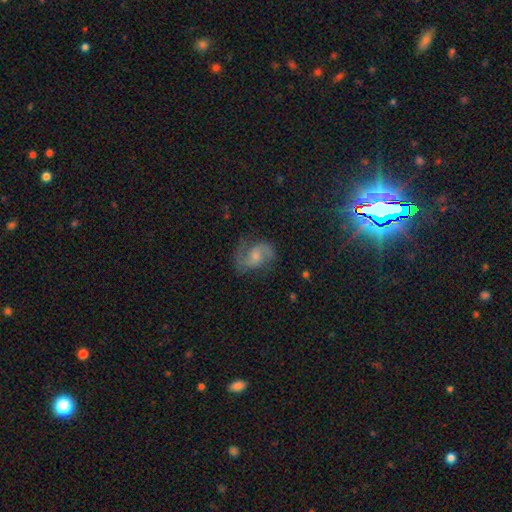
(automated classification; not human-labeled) Morphology: type=featured or disk (78%); edge-on=no (98%); bar=no (49%); spiral arms=yes (95%); winding=medium (55%); arm count=2 (87%); bulge=small (48%); merging=none (72%).